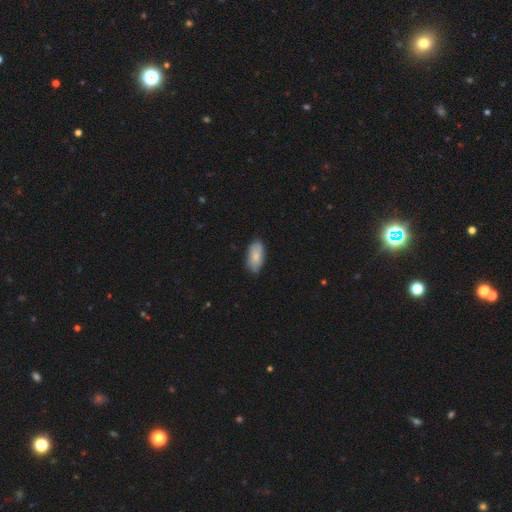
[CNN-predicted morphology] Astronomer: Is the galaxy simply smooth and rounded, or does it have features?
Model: smooth — 83%.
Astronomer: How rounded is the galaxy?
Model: in between — 91%.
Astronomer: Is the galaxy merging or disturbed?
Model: none — 82%.